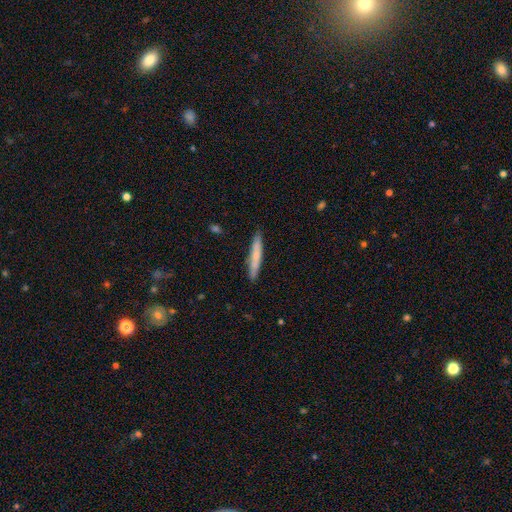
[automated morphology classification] type=smooth (66%); roundness=cigar-shaped (93%); merging=none (87%).